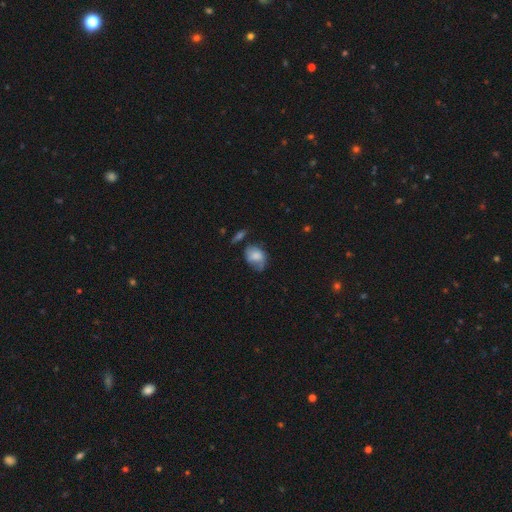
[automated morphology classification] The model was most divided on "merging": none: 39%, minor disturbance: 37%, major disturbance: 17%, merger: 7%. More confident: smooth or featured — smooth (71%); how rounded — in between (65%).